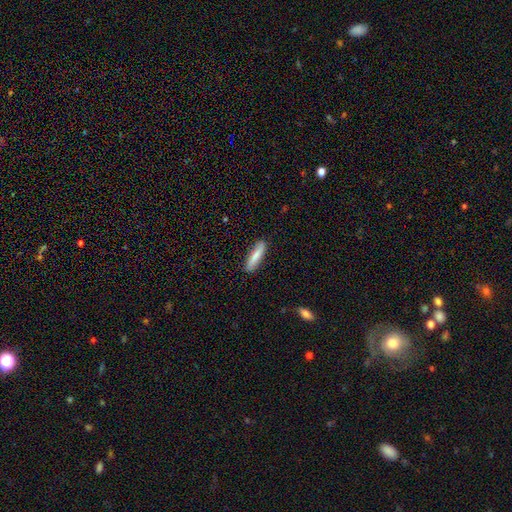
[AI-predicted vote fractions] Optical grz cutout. It shows a smooth galaxy with no disk features (79%) that is cigar-shaped (81%). Merging: none (87%).